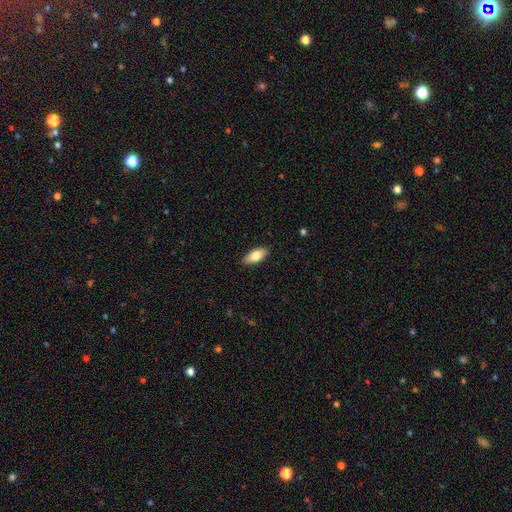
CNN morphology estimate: Q: Smooth or featured?
A: smooth (77%); runner-up: featured or disk (17%)
Q: How rounded?
A: in between (85%); runner-up: cigar-shaped (13%)
Q: Merging?
A: none (89%); runner-up: minor disturbance (9%)